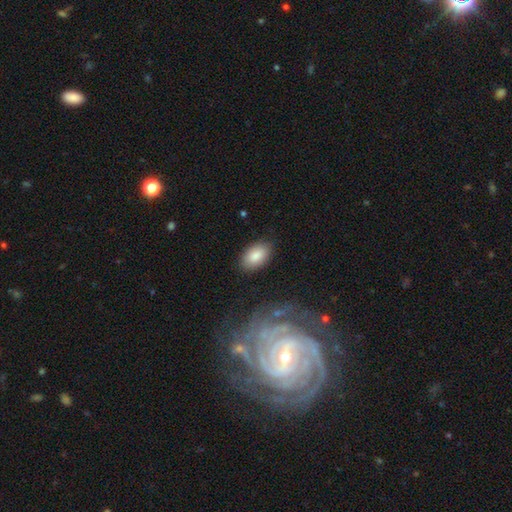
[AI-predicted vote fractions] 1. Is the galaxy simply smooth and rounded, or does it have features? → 87% smooth, 6% featured or disk, 6% star or artifact.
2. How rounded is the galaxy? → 93% in between, 5% round, 1% cigar-shaped.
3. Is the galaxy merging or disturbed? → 86% none, 10% minor disturbance, 3% major disturbance, 2% merger.